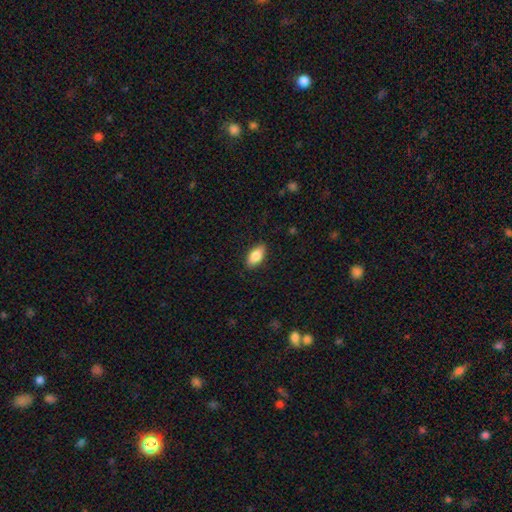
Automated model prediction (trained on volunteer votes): The model was most divided on "smooth or featured": smooth: 82%, featured or disk: 11%, star or artifact: 7%. More confident: how rounded — in between (89%); merging — none (87%).